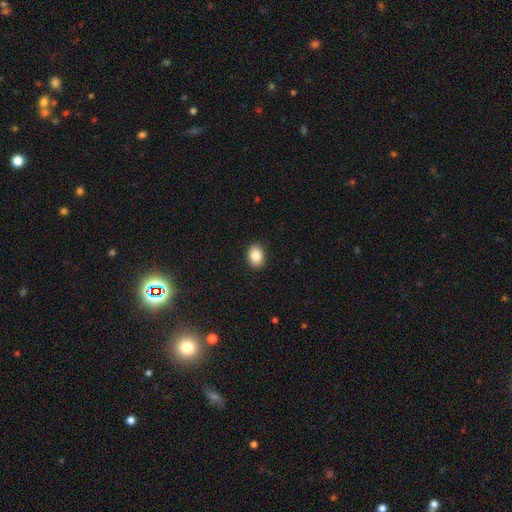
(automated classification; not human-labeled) Smooth or featured?
  - smooth: 86% *
  - star or artifact: 8%
  - featured or disk: 6%
How rounded?
  - in between: 65% *
  - round: 34%
  - cigar-shaped: 1%
Merging?
  - none: 91% *
  - minor disturbance: 6%
  - major disturbance: 2%
  - merger: 1%